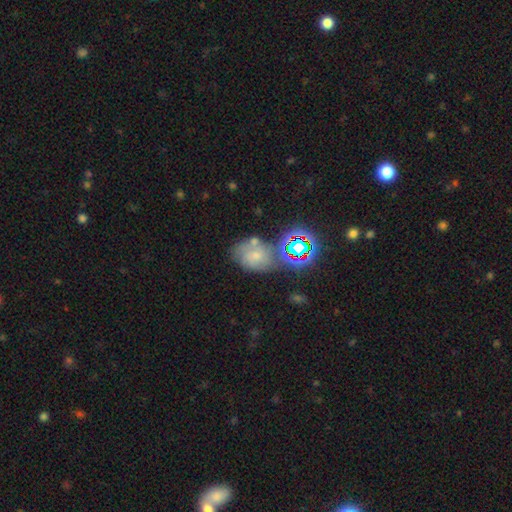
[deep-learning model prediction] This is possibly a smooth galaxy (45%). Merging: possibly none (49%).